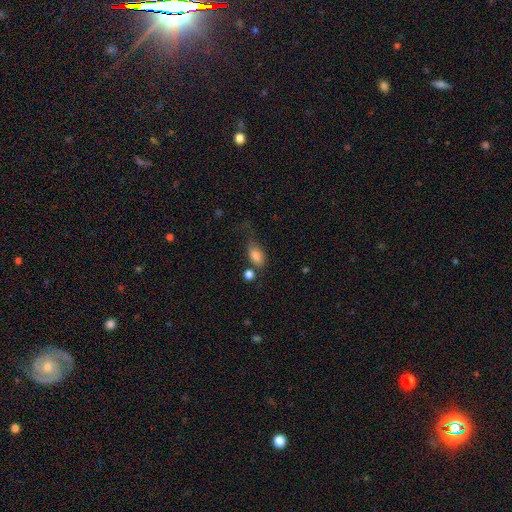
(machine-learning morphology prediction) Smooth or featured: smooth — 81% (featured or disk — 10%)
How rounded: in between — 85% (round — 12%)
Merging: none — 45% (minor disturbance — 24%)